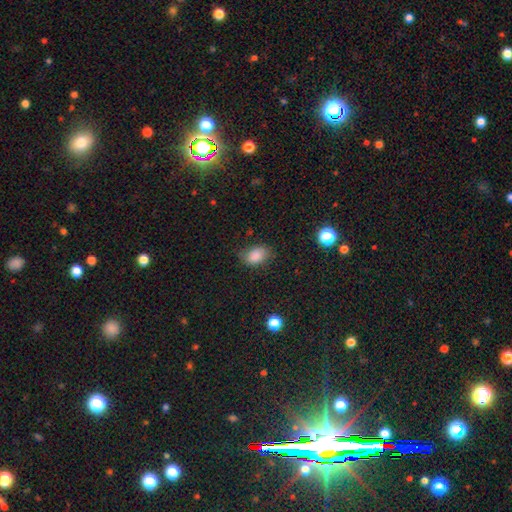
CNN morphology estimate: Smooth or featured? smooth (84%)
How rounded? in between (82%)
Merging? none (70%)